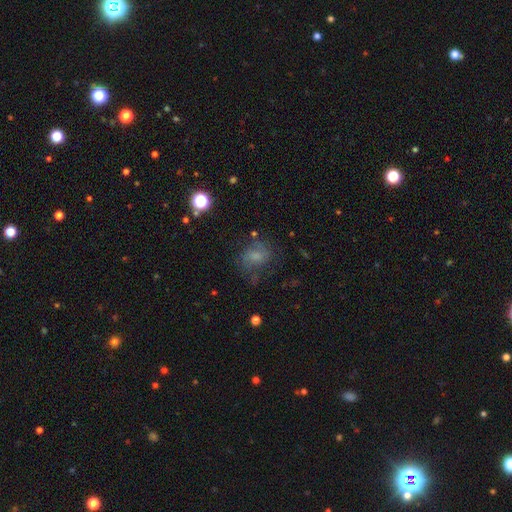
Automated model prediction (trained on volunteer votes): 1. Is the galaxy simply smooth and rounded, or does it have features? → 51% smooth, 30% featured or disk, 18% star or artifact.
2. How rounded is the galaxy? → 50% round, 48% in between, 1% cigar-shaped.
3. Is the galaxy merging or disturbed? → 56% none, 23% minor disturbance, 18% major disturbance, 3% merger.